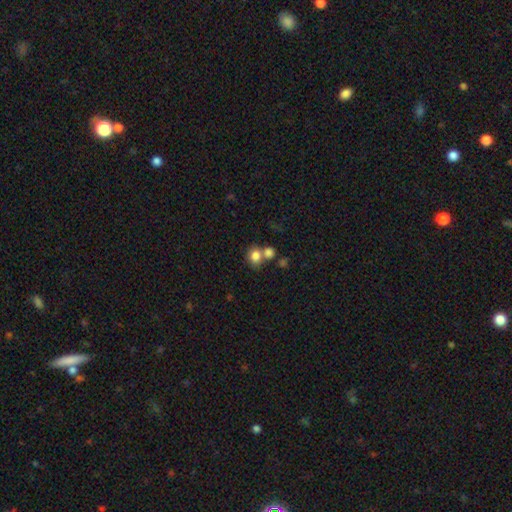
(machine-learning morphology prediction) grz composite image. It shows a smooth galaxy with no disk features (80%) that is round (75%). Merging: none (46%).